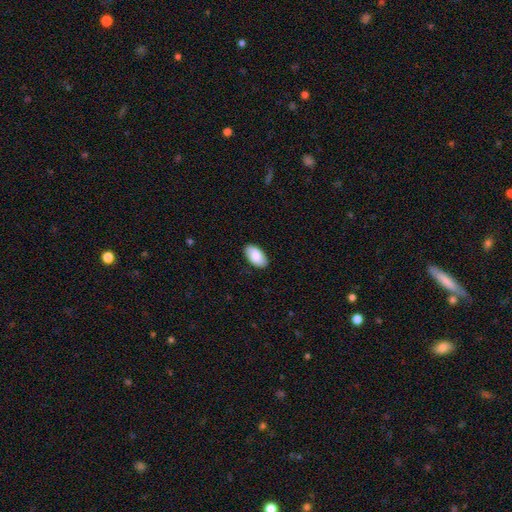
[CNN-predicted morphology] This appears to be a smooth galaxy with no disk features (85%) that is in between round and cigar-shaped (95%). Merging: none (87%).